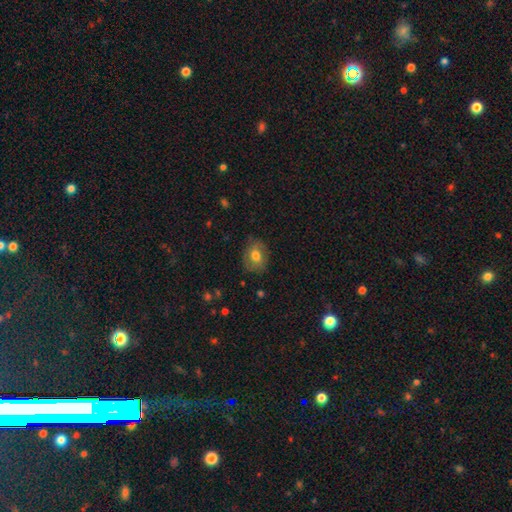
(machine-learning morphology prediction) Smooth or featured?
  - smooth: 71% *
  - featured or disk: 20%
  - star or artifact: 9%
How rounded?
  - in between: 55% *
  - round: 44%
  - cigar-shaped: 1%
Merging?
  - none: 79% *
  - minor disturbance: 16%
  - major disturbance: 4%
  - merger: 1%